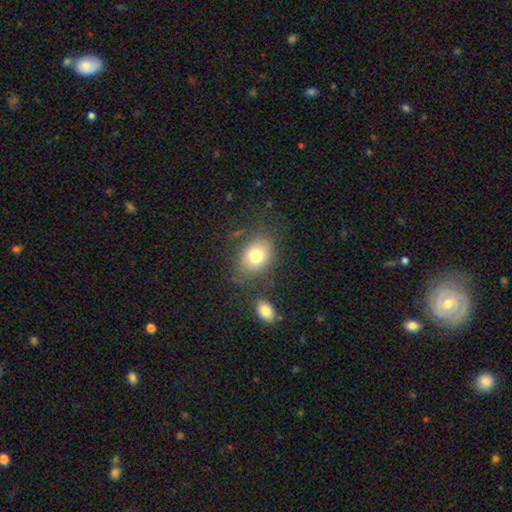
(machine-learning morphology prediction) smooth-or-featured: smooth: 78% | featured or disk: 13% | star or artifact: 10%
  how-rounded: in between: 64% | round: 35% | cigar-shaped: 1%
  merging: none: 71% | minor disturbance: 16% | major disturbance: 7% | merger: 7%